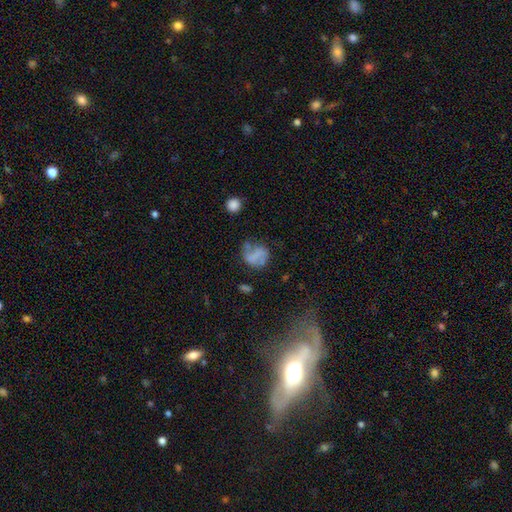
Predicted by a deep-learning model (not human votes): smooth_or_featured: smooth (p=0.51) [alt: featured or disk p=0.37]
how_rounded: round (p=0.65) [alt: in between p=0.33]
merging: none (p=0.46) [alt: minor disturbance p=0.26]